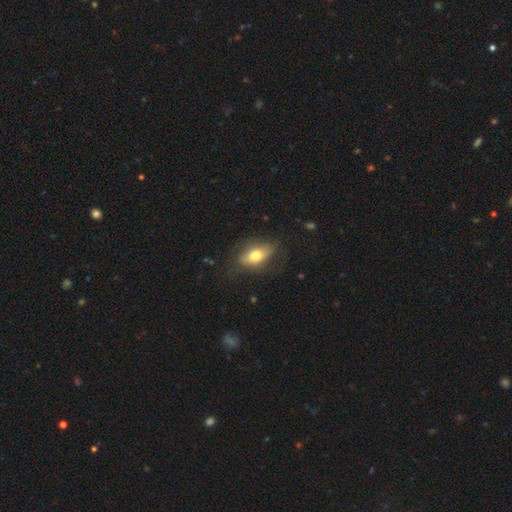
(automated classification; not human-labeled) Morphology: type=smooth (69%); roundness=in between (86%); merging=none (65%).